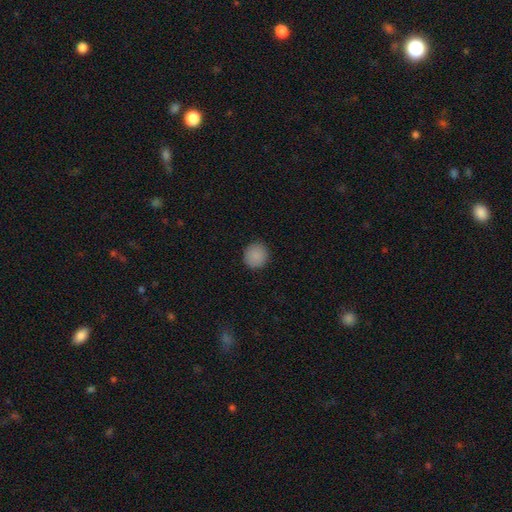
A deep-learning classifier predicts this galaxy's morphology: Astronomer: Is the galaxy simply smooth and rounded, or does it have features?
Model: smooth — 88%.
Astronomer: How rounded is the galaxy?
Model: round — 91%.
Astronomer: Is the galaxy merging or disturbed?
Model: none — 91%.